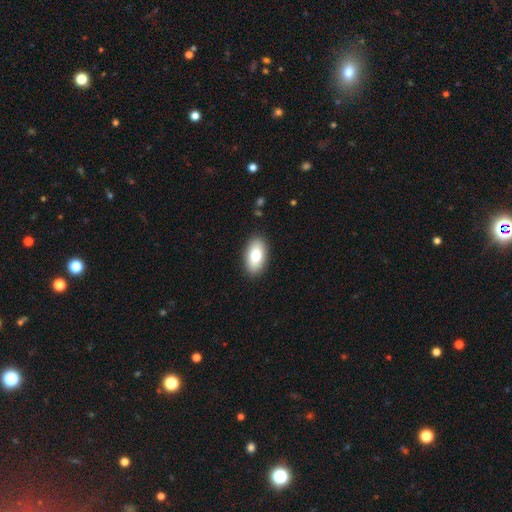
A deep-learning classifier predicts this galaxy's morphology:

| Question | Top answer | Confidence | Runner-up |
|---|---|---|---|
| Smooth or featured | smooth | 79% | featured or disk (14%) |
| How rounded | in between | 93% | round (4%) |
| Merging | none | 89% | minor disturbance (8%) |